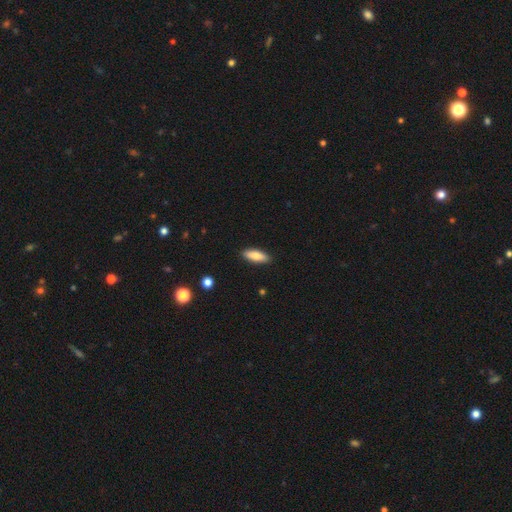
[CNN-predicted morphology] smooth 77%, featured or disk 17%, star or artifact 6%. Down the decision tree: how rounded — in between (63%); merging — none (90%).